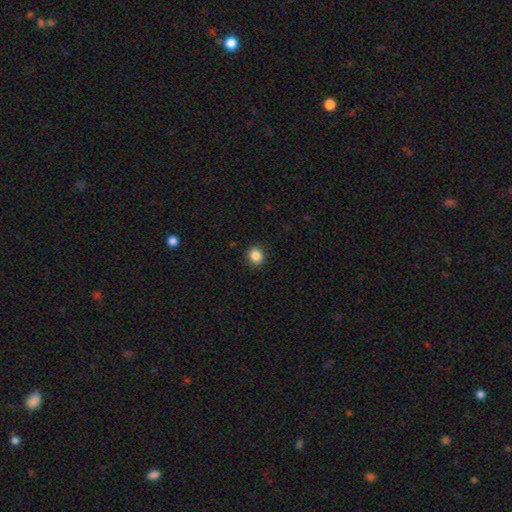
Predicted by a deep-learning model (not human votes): Smooth or featured: smooth — 87% (star or artifact — 10%)
How rounded: round — 78% (in between — 21%)
Merging: none — 89% (minor disturbance — 8%)